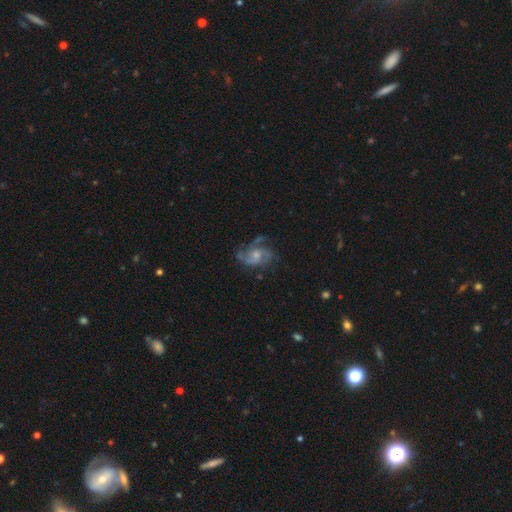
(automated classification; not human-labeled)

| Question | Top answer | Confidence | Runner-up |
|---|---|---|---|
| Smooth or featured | featured or disk | 83% | smooth (11%) |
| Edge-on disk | no | 98% | yes (2%) |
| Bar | no | 64% | weak (31%) |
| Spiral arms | yes | 94% | no (6%) |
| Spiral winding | medium | 53% | loose (25%) |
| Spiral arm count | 3 | 36% | tied: 2 (36%) |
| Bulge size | moderate | 48% | small (41%) |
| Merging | none | 58% | minor disturbance (22%) |